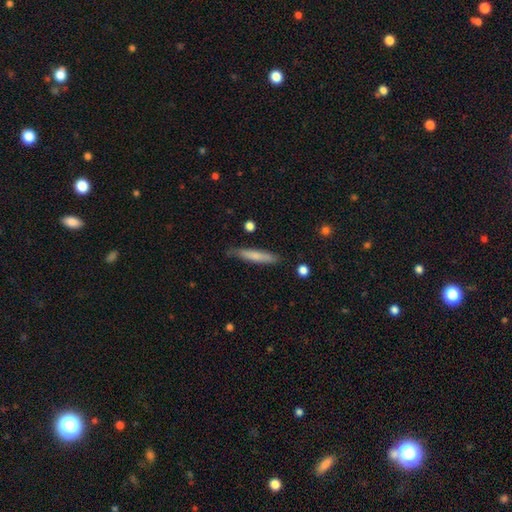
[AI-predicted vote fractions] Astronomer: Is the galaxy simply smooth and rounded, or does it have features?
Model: smooth — 73%.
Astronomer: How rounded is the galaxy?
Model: cigar-shaped — 90%.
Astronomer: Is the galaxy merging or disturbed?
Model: none — 81%.